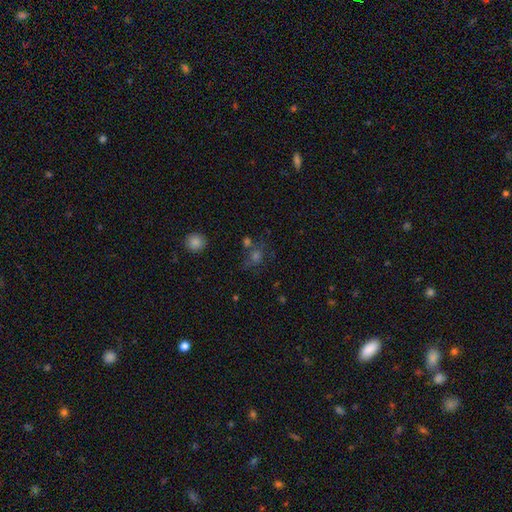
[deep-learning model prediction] A smooth galaxy with no disk features (39%, tied with star or artifact).

Vote fractions:
- Smooth or featured? smooth: 39% (tied) / star or artifact: 39% (tied) / featured or disk: 21%
- Merging? none: 63% / minor disturbance: 14% / merger: 12% / major disturbance: 11%